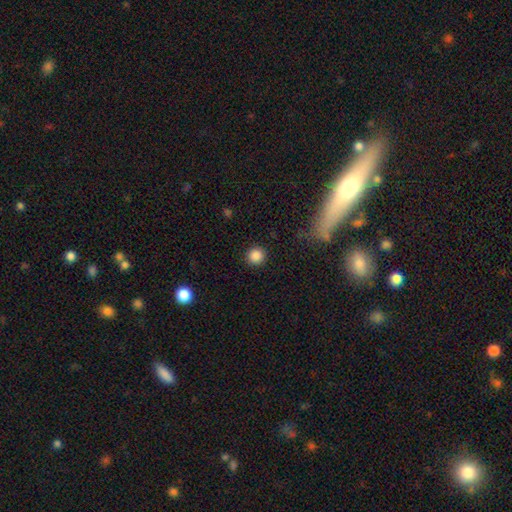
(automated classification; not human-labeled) Overall: smooth (86%). How rounded: round (94%). Merging: none (91%).